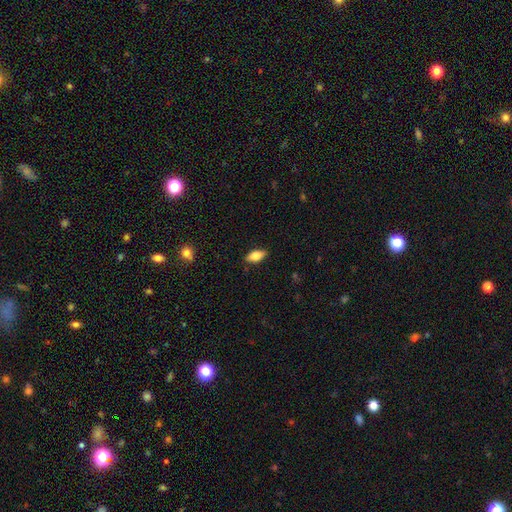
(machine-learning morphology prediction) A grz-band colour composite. It shows a smooth galaxy with no disk features (73%) that is in between round and cigar-shaped (85%). Merging: none (87%).